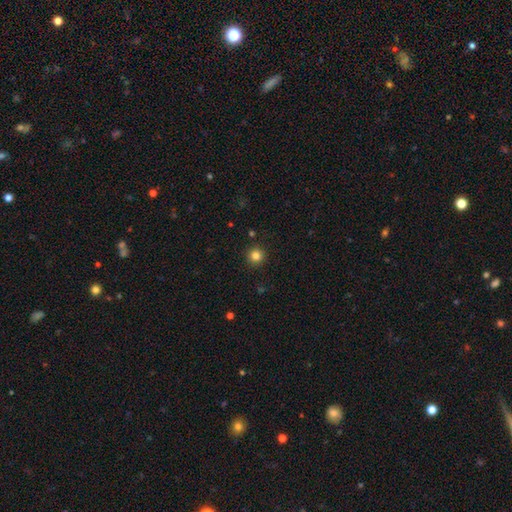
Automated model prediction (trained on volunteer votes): Q: Smooth or featured?
A: smooth (82%); runner-up: star or artifact (13%)
Q: How rounded?
A: round (95%); runner-up: in between (4%)
Q: Merging?
A: none (92%); runner-up: minor disturbance (5%)